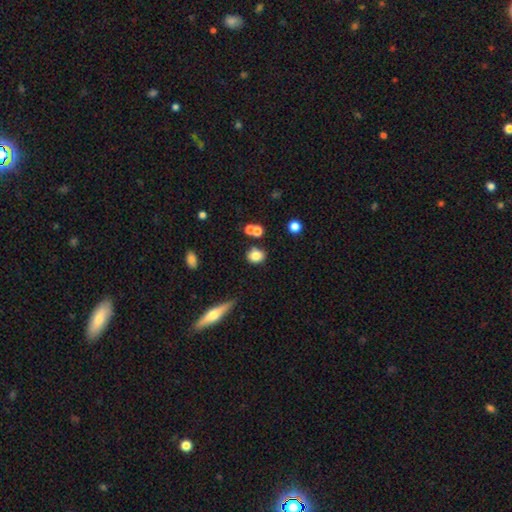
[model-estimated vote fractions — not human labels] smooth-or-featured: smooth: 80% | star or artifact: 11% | featured or disk: 9%
  how-rounded: round: 70% | in between: 28% | cigar-shaped: 2%
  merging: none: 75% | minor disturbance: 11% | merger: 10% | major disturbance: 4%